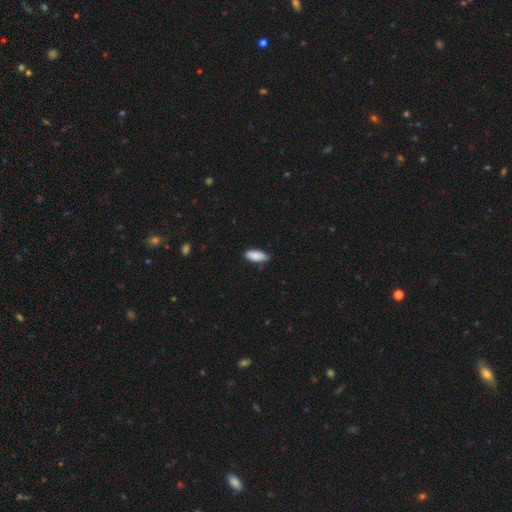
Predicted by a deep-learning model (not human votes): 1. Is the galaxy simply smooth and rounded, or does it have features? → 87% smooth, 7% featured or disk, 6% star or artifact.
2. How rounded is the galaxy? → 84% in between, 14% cigar-shaped, 2% round.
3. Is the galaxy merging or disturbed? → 79% none, 17% minor disturbance, 2% major disturbance, 1% merger.